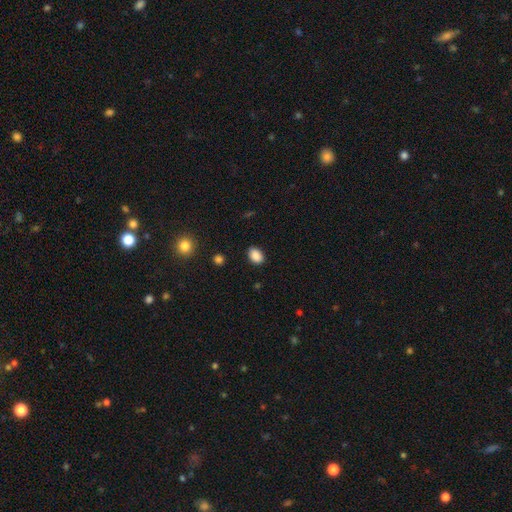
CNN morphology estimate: This appears to be a smooth galaxy with no disk features (89%) that is in between round and cigar-shaped (79%). Merging: none (87%).